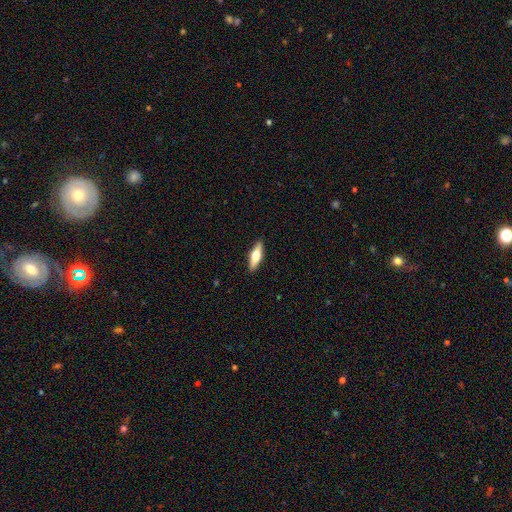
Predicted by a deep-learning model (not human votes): smooth 50%, featured or disk 44%, star or artifact 6%. Down the decision tree: how rounded — cigar-shaped (51%); merging — none (90%).